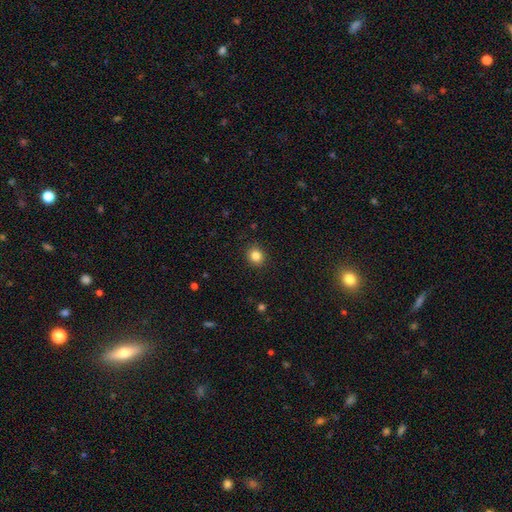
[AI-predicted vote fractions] Morphology: type=smooth (83%); roundness=round (81%); merging=none (91%).